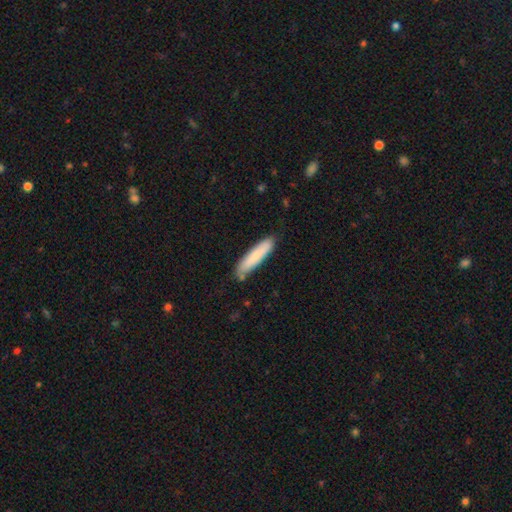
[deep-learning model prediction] A smooth galaxy with no disk features (81%) that is cigar-shaped (82%). Merging: none (81%).